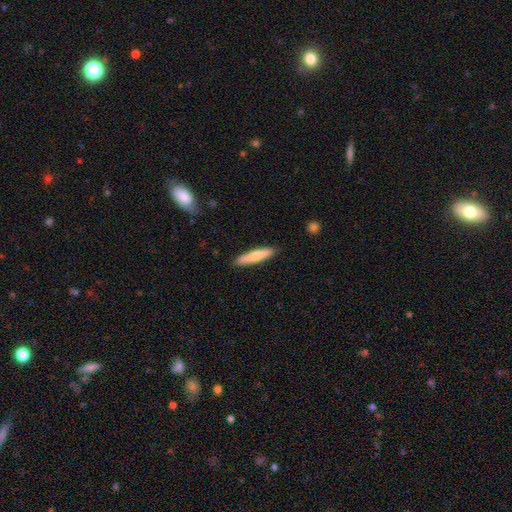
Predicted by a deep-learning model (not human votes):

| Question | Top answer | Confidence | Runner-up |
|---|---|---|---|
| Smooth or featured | smooth | 69% | featured or disk (26%) |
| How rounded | cigar-shaped | 86% | in between (13%) |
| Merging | none | 89% | minor disturbance (8%) |